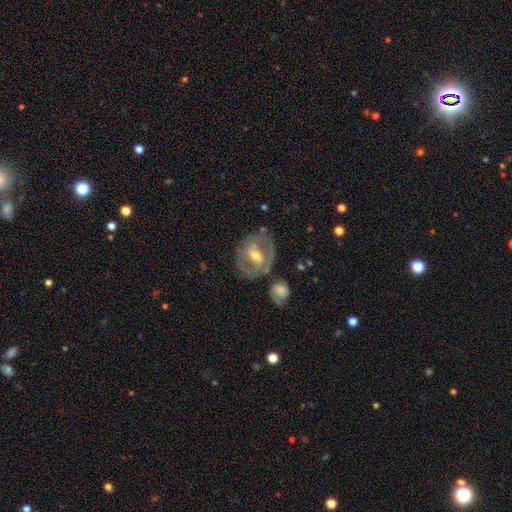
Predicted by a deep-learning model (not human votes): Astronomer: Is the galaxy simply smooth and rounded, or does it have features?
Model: featured or disk — 67%.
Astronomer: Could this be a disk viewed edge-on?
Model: no — 94%.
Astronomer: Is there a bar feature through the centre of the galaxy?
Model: weak — 39% (runner-up: no, 34%).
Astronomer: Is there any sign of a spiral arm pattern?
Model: yes — 51% (runner-up: no, 49%).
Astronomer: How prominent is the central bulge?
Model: moderate — 65%.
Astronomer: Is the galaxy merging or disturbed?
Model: none — 63%.